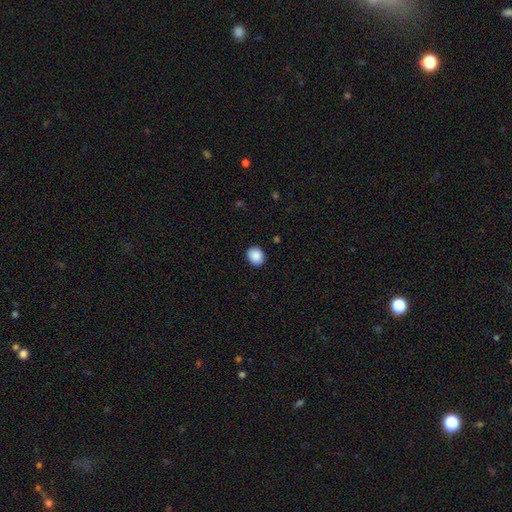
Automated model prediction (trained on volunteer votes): smooth 89%, star or artifact 8%, featured or disk 3%. Down the decision tree: how rounded — round (66%); merging — none (90%).